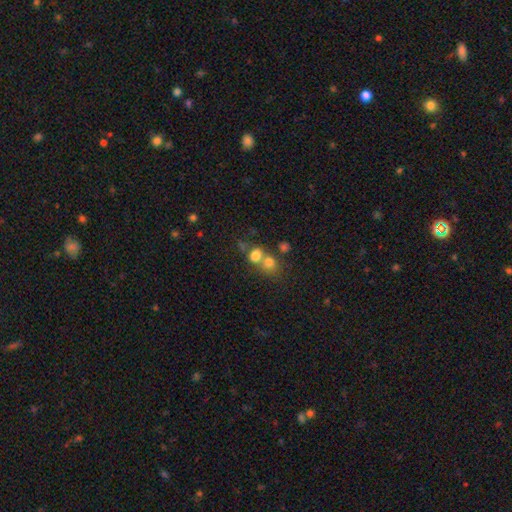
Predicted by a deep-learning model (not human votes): This is likely a smooth galaxy (75%). How rounded: possibly round (59%). Merging: possibly merger (49%).